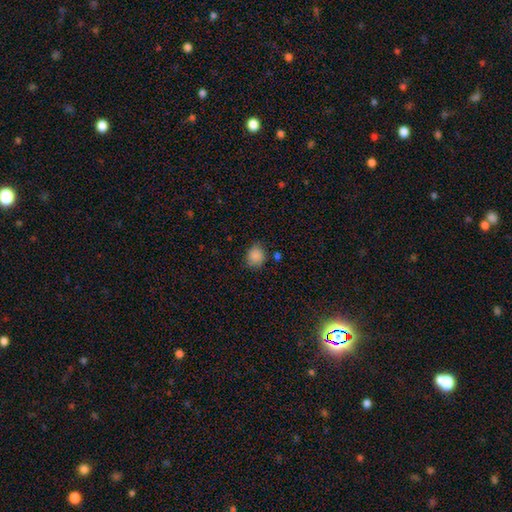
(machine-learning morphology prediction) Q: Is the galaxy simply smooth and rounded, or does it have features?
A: smooth — 86%.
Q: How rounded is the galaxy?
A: round — 67%.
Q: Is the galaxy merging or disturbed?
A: none — 73%.